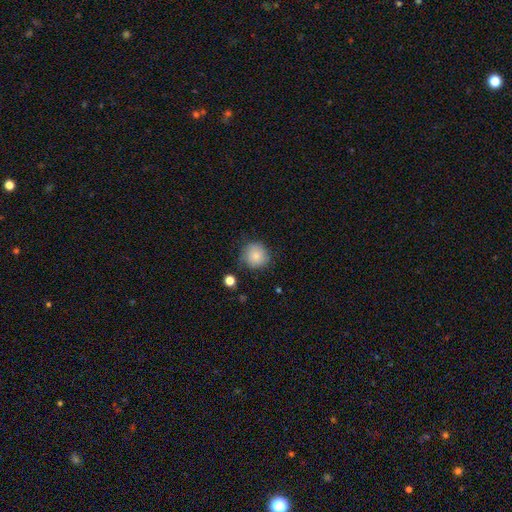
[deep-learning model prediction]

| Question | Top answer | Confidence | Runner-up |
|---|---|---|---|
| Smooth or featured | smooth | 84% | star or artifact (8%) |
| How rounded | round | 91% | in between (8%) |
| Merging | none | 78% | minor disturbance (16%) |